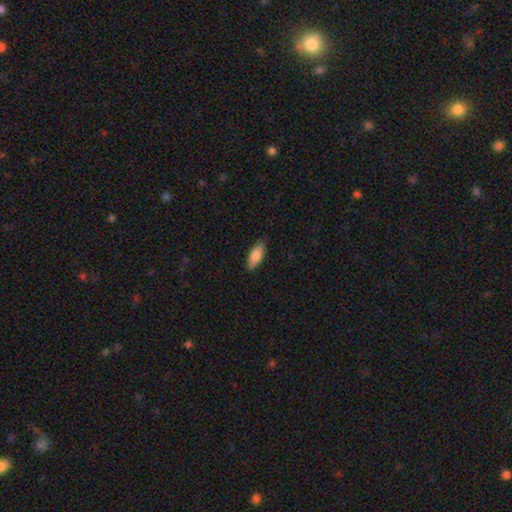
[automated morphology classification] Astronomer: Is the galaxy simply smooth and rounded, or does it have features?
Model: smooth — 82%.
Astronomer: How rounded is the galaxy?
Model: in between — 77%.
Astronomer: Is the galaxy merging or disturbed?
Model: none — 86%.